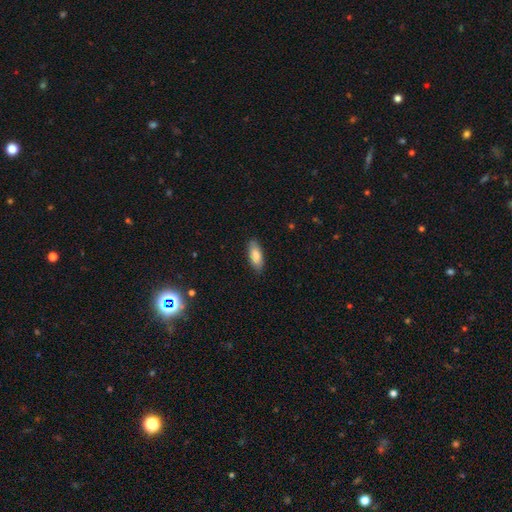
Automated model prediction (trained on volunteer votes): Smooth or featured: smooth — 83% (featured or disk — 11%)
How rounded: in between — 79% (cigar-shaped — 19%)
Merging: none — 85% (minor disturbance — 11%)